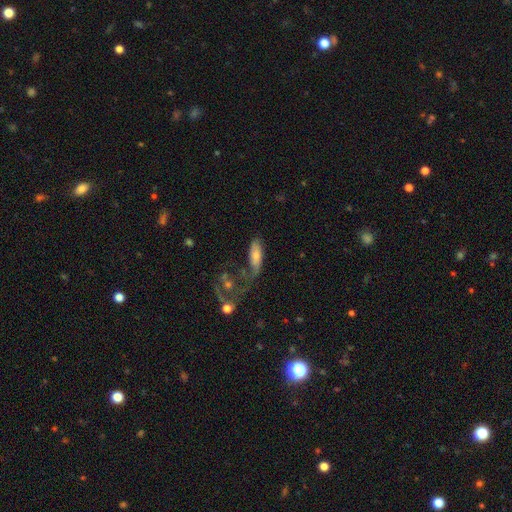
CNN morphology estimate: Smooth or featured?
  - smooth: 62% *
  - featured or disk: 30%
  - star or artifact: 8%
How rounded?
  - in between: 66% *
  - cigar-shaped: 31%
  - round: 3%
Merging?
  - none: 37% *
  - minor disturbance: 24%
  - major disturbance: 23%
  - merger: 17%